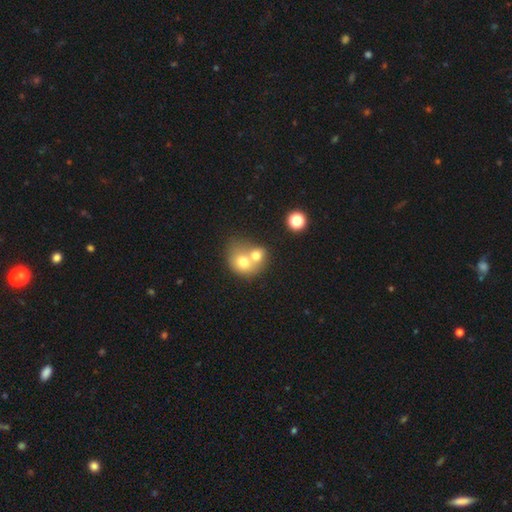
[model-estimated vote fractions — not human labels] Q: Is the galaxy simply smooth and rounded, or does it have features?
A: smooth — 67%.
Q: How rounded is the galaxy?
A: round — 64%.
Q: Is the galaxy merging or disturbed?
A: merger — 72%.